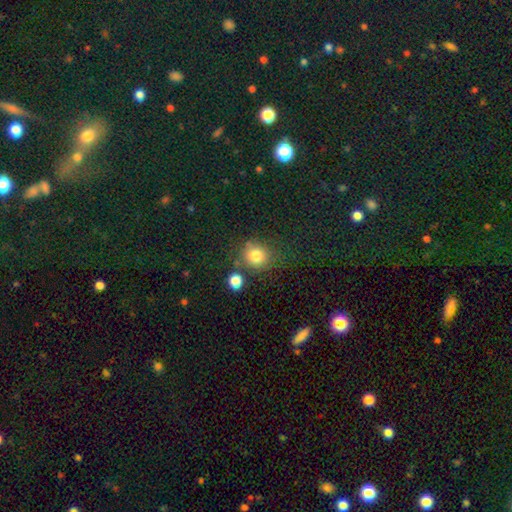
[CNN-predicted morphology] type=smooth (81%); roundness=round (83%); merging=none (71%).